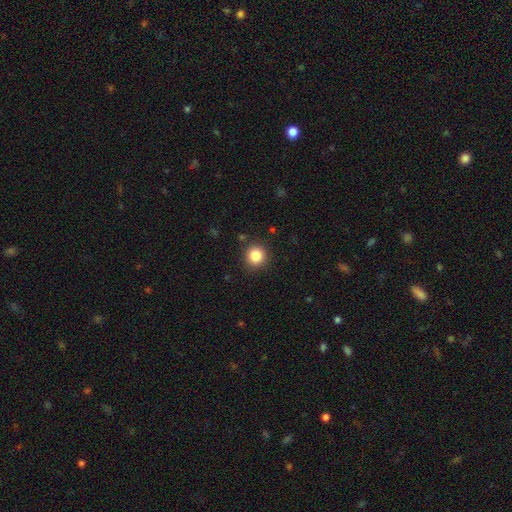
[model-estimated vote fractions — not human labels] The model was most divided on "smooth or featured": smooth: 84%, star or artifact: 11%, featured or disk: 5%. More confident: how rounded — round (92%); merging — none (90%).